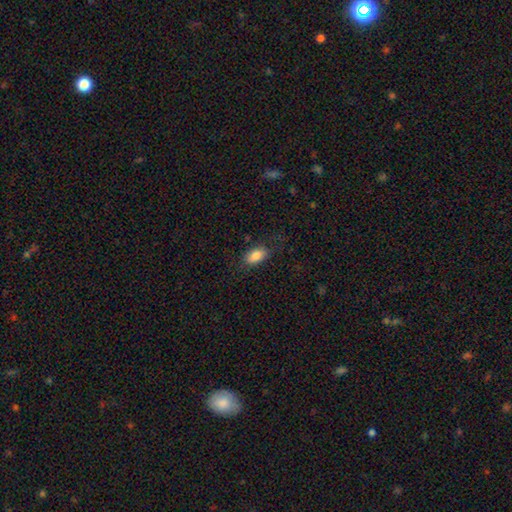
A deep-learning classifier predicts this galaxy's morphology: smooth-or-featured: smooth: 86% | star or artifact: 8% | featured or disk: 6%
  how-rounded: in between: 91% | round: 6% | cigar-shaped: 3%
  merging: none: 78% | minor disturbance: 15% | major disturbance: 6% | merger: 1%